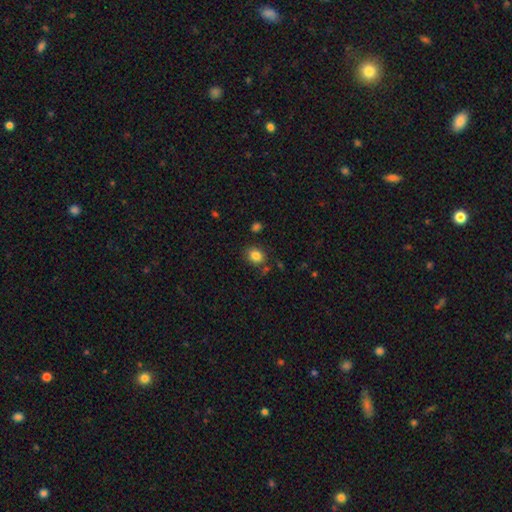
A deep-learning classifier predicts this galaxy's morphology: Q: Smooth or featured?
A: smooth (84%); runner-up: star or artifact (10%)
Q: How rounded?
A: round (59%); runner-up: in between (40%)
Q: Merging?
A: none (78%); runner-up: minor disturbance (13%)